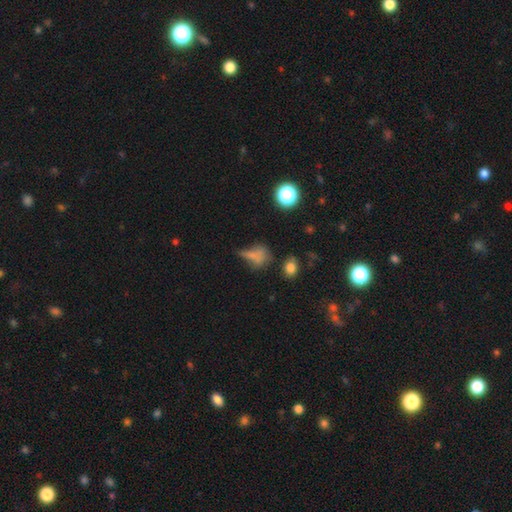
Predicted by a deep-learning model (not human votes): smooth 59%, star or artifact 22%, featured or disk 19%. Down the decision tree: how rounded — in between (50%); merging — none (37%).